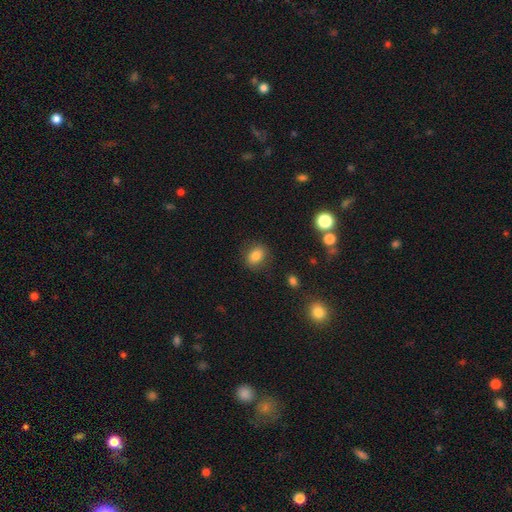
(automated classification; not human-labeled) The model was most divided on "how rounded": in between: 58%, round: 41%, cigar-shaped: 1%. More confident: merging — none (83%); smooth or featured — smooth (81%).